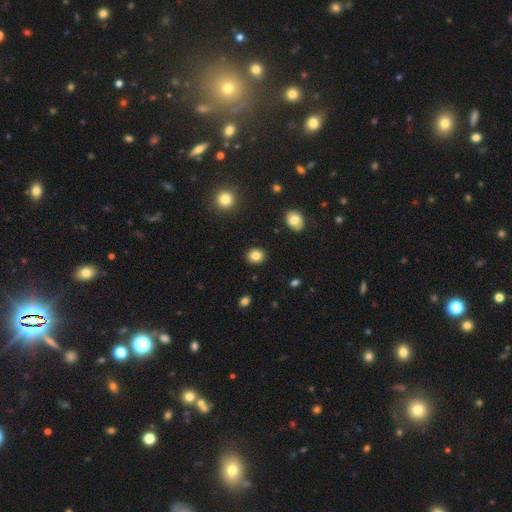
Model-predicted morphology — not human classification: A smooth galaxy with no disk features (84%) that is round (71%). Merging: none (91%).